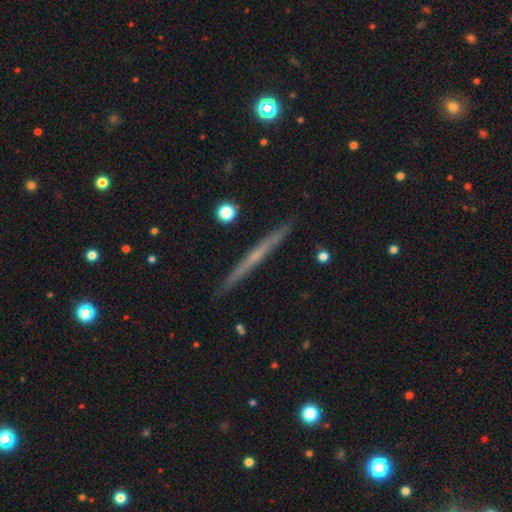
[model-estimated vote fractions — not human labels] Q: Smooth or featured?
A: featured or disk (61%); runner-up: smooth (32%)
Q: Edge-on disk?
A: yes (98%); runner-up: no (2%)
Q: Edge-on bulge?
A: none (78%); runner-up: rounded (18%)
Q: Merging?
A: none (92%); runner-up: minor disturbance (6%)